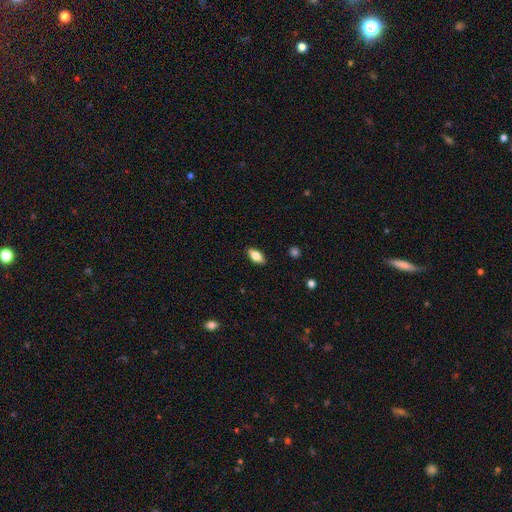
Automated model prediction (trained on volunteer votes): This is likely a smooth galaxy (76%). How rounded: clearly in between (86%). Merging: clearly none (88%).